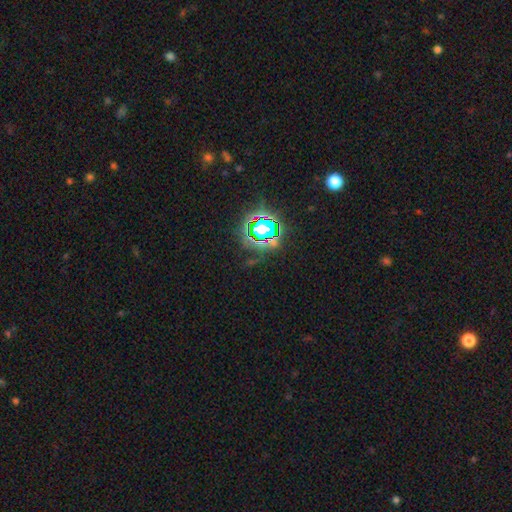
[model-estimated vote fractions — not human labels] Morphology: type=star or artifact (80%).